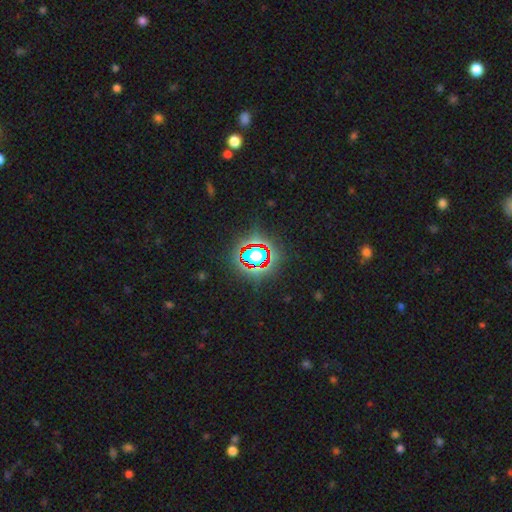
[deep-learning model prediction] Overall: star or artifact (70%).